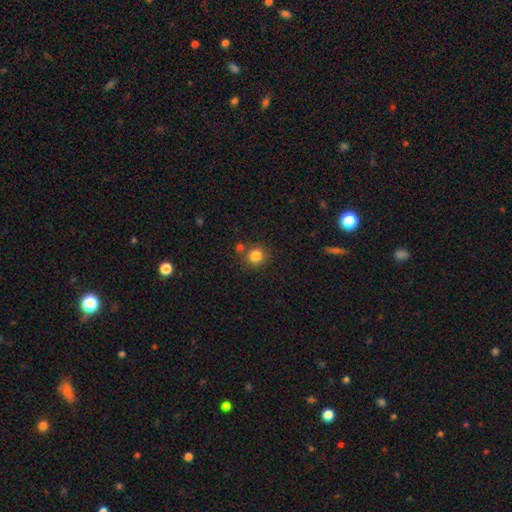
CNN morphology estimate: smooth-or-featured: smooth: 83% | star or artifact: 11% | featured or disk: 5%
  how-rounded: round: 89% | in between: 10% | cigar-shaped: 1%
  merging: none: 76% | merger: 11% | minor disturbance: 9% | major disturbance: 3%